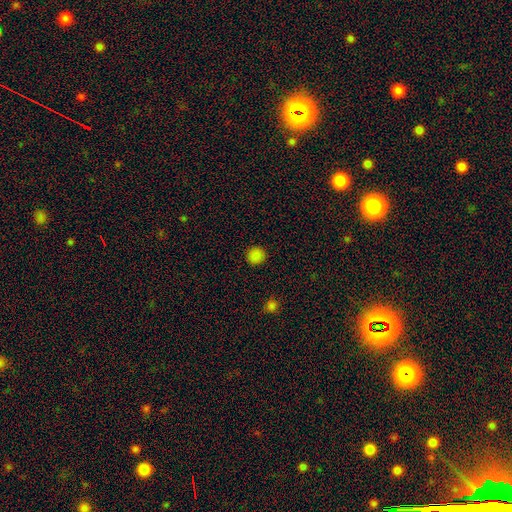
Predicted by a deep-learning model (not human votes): The model was most divided on "smooth or featured": smooth: 85%, star or artifact: 12%, featured or disk: 3%. More confident: how rounded — round (93%); merging — none (92%).